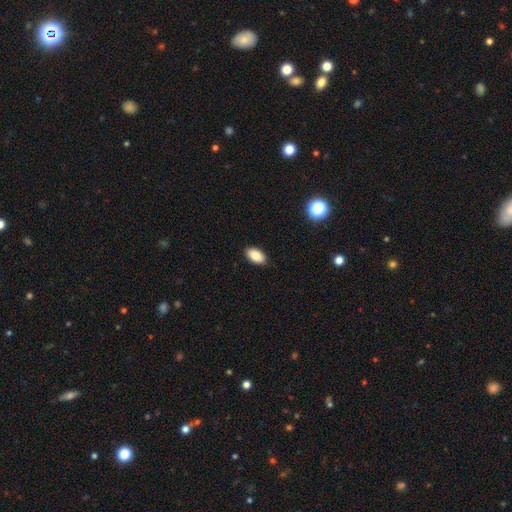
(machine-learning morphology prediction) This is clearly a smooth galaxy (87%). How rounded: clearly in between (94%). Merging: clearly none (89%).